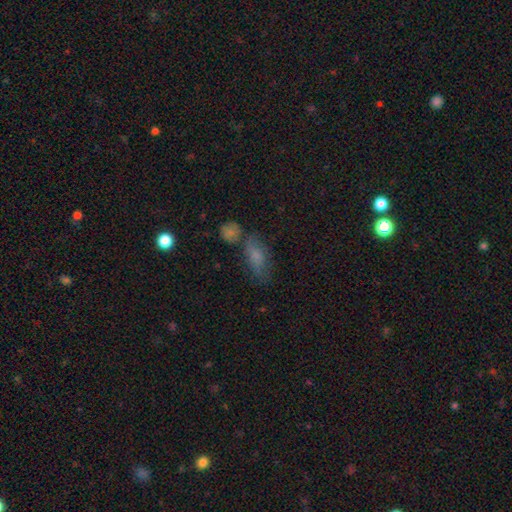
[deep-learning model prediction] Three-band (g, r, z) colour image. It shows a smooth galaxy with no disk features (62%) that is in between round and cigar-shaped (77%). Merging: none (57%).